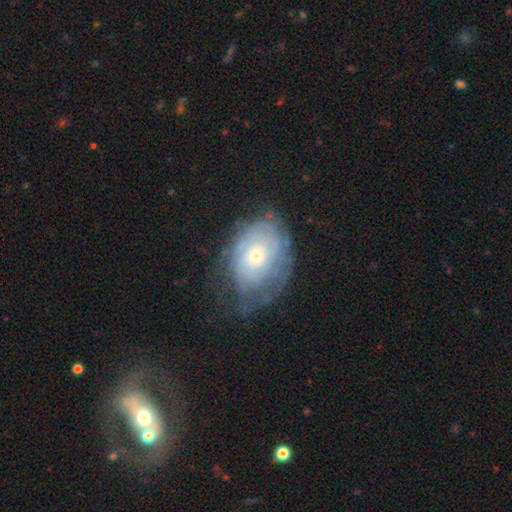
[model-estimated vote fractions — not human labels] featured or disk 72%, smooth 21%, star or artifact 7%. Down the decision tree: edge-on disk — no (96%); bar — no (83%); spiral arms — yes (82%); spiral arm count — can't tell (61%); spiral winding — tight (77%); bulge size — small (71%); merging — none (56%).